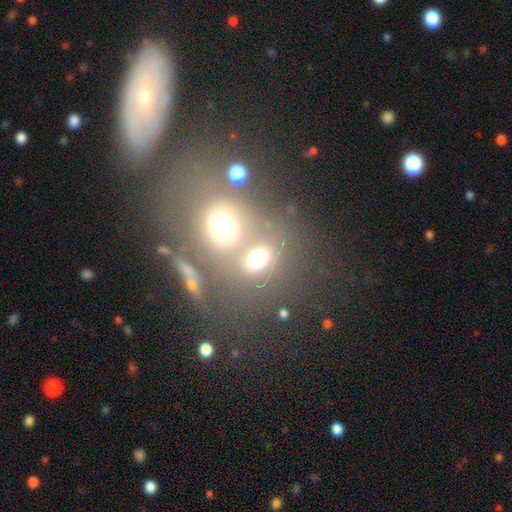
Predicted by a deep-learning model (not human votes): smooth-or-featured: smooth: 65% | featured or disk: 18% | star or artifact: 17%
  how-rounded: round: 61% | in between: 37% | cigar-shaped: 2%
  merging: merger: 51% | none: 34% | minor disturbance: 8% | major disturbance: 7%